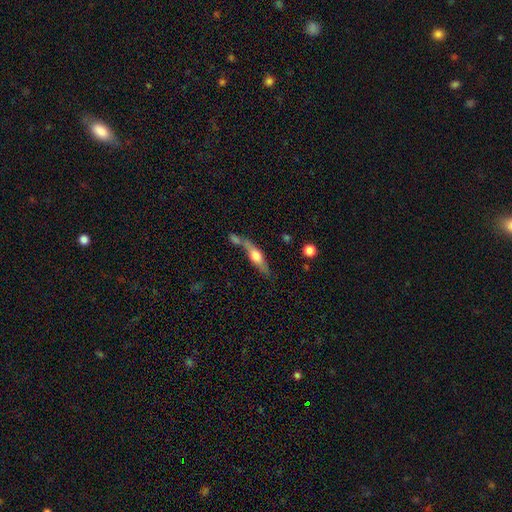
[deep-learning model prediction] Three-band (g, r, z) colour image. It shows a featured or disk galaxy (53%) viewed edge-on (87%). Merging: none (47%).